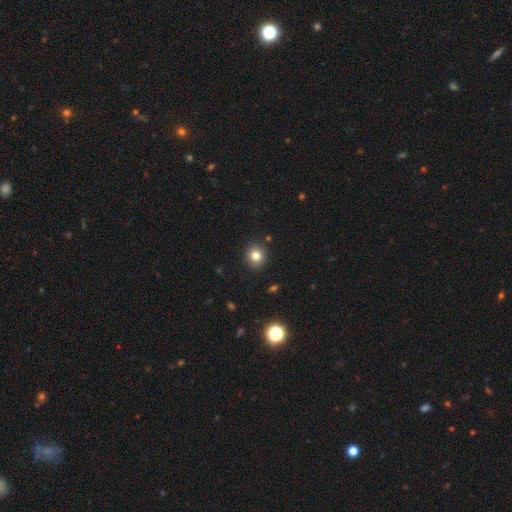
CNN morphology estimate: A smooth galaxy with no disk features (80%) that is round (86%).

Vote fractions:
- Smooth or featured? smooth: 80% / star or artifact: 13% / featured or disk: 7%
- How rounded? round: 86% / in between: 13% / cigar-shaped: 1%
- Merging? none: 90% / minor disturbance: 6% / major disturbance: 2% / merger: 2%